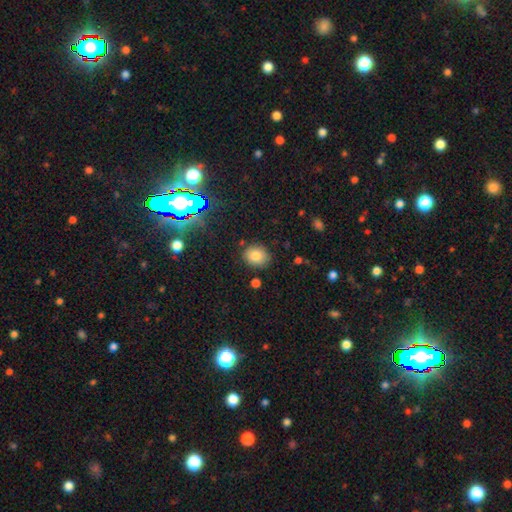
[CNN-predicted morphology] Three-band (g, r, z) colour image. It shows a smooth galaxy with no disk features (79%) that is round (63%). Merging: none (84%).